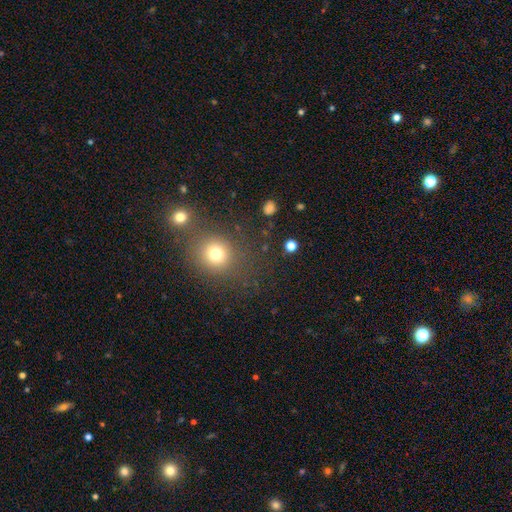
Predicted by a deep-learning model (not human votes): Smooth or featured? smooth (61%)
How rounded? round (80%)
Merging? none (74%)